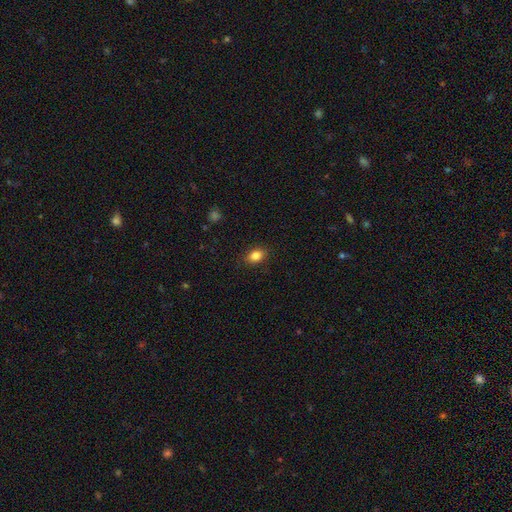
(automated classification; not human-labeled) Morphology: type=smooth (85%); roundness=in between (74%); merging=none (87%).